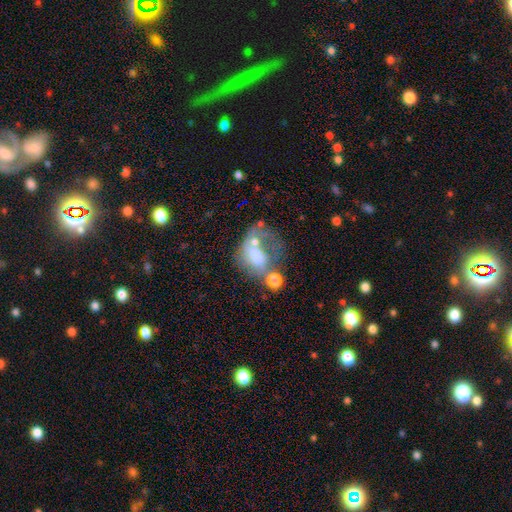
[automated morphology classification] Overall: featured or disk (43%; smooth 42%). Merging: major disturbance (40%; merger 29%).